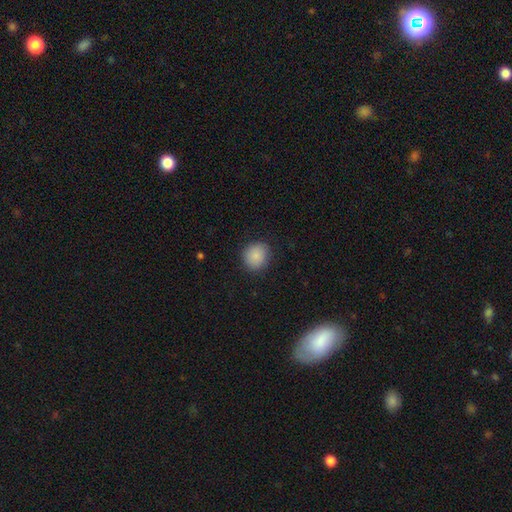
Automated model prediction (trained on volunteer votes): Morphology: type=smooth (87%); roundness=round (81%); merging=none (87%).